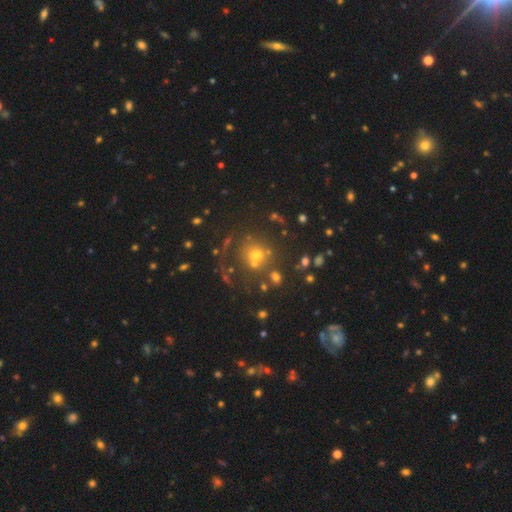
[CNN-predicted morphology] smooth-or-featured: smooth: 48% | star or artifact: 31% | featured or disk: 20%
  merging: none: 54% | merger: 23% | minor disturbance: 13% | major disturbance: 10%